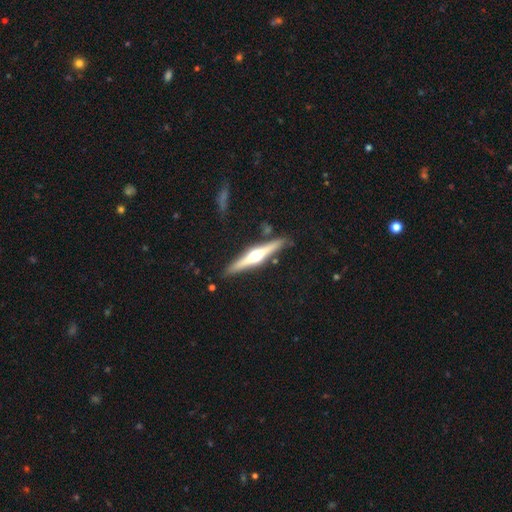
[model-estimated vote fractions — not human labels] smooth_or_featured: featured or disk (p=0.74) [alt: smooth p=0.21]
disk_edge_on: yes (p=0.98) [alt: no p=0.02]
edge_on_bulge: rounded (p=0.94) [alt: boxy p=0.03]
merging: none (p=0.87) [alt: minor disturbance p=0.08]